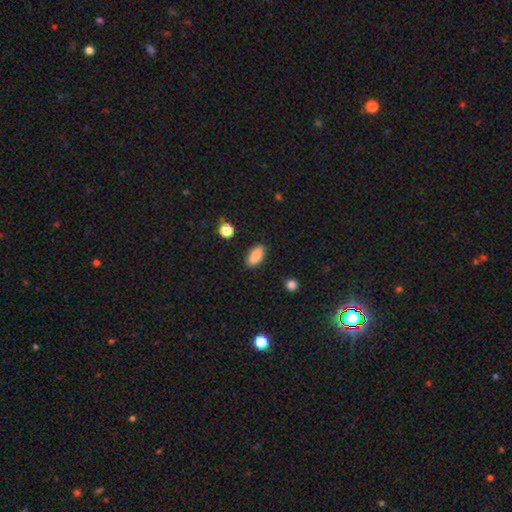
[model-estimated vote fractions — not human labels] Smooth or featured? Predicted: smooth (p=0.88). How rounded? Predicted: in between (p=0.87). Merging? Predicted: none (p=0.87).